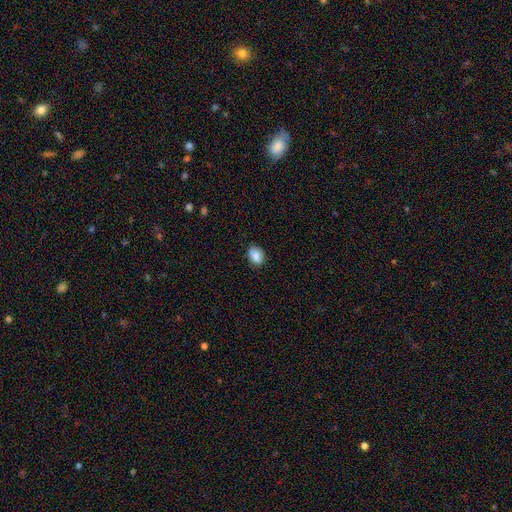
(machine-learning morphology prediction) Smooth or featured?
  - smooth: 84% *
  - star or artifact: 8%
  - featured or disk: 8%
How rounded?
  - in between: 67% *
  - round: 32%
  - cigar-shaped: 1%
Merging?
  - none: 80% *
  - minor disturbance: 16%
  - major disturbance: 3%
  - merger: 1%